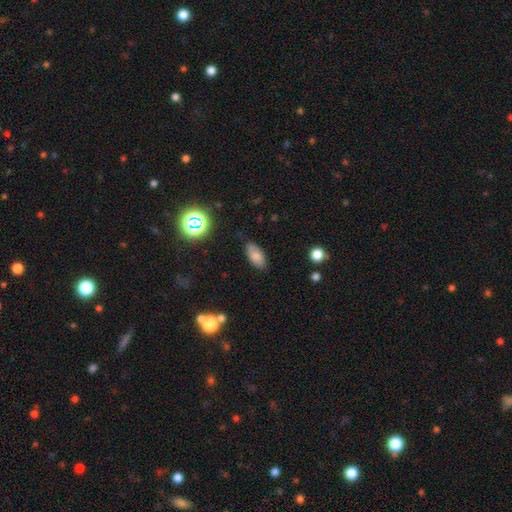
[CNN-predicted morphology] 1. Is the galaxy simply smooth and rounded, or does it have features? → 80% smooth, 10% star or artifact, 9% featured or disk.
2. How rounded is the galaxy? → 90% in between, 7% cigar-shaped, 3% round.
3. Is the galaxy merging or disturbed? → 82% none, 14% minor disturbance, 3% major disturbance, 2% merger.